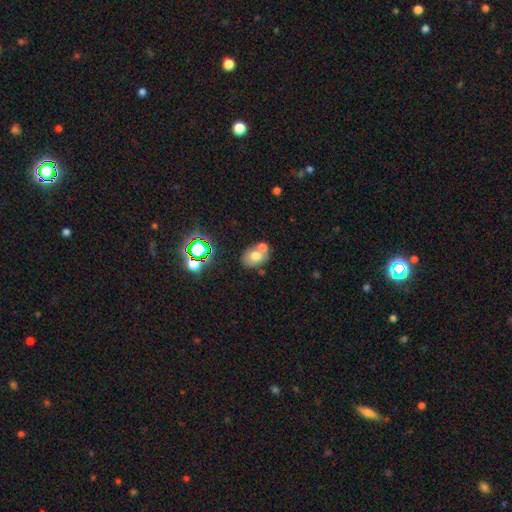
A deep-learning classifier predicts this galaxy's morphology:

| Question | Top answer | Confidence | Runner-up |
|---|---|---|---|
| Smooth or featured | smooth | 67% | featured or disk (19%) |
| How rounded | in between | 66% | round (33%) |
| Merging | none | 47% | merger (38%) |